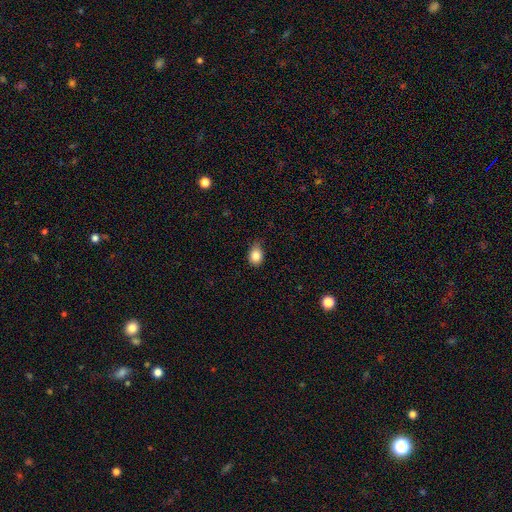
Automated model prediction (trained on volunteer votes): A smooth galaxy with no disk features (85%) that is in between round and cigar-shaped (63%). Merging: none (65%).